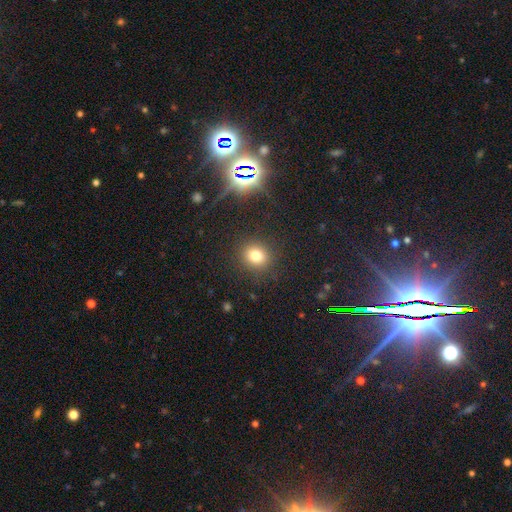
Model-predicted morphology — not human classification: Smooth or featured? smooth (78%)
How rounded? round (79%)
Merging? none (88%)